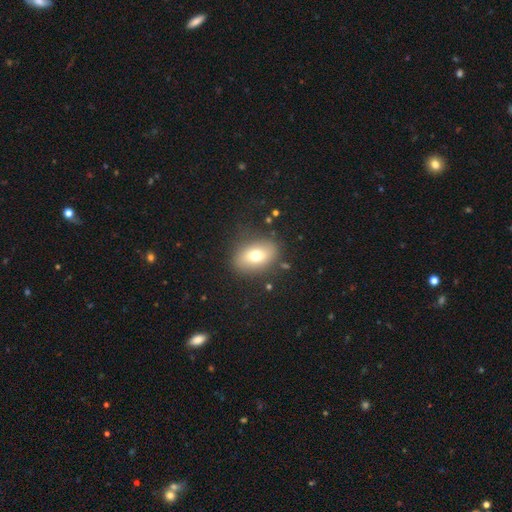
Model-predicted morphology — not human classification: smooth_or_featured: smooth (p=0.68) [alt: featured or disk p=0.23]
how_rounded: in between (p=0.77) [alt: round p=0.21]
merging: none (p=0.82) [alt: minor disturbance p=0.12]